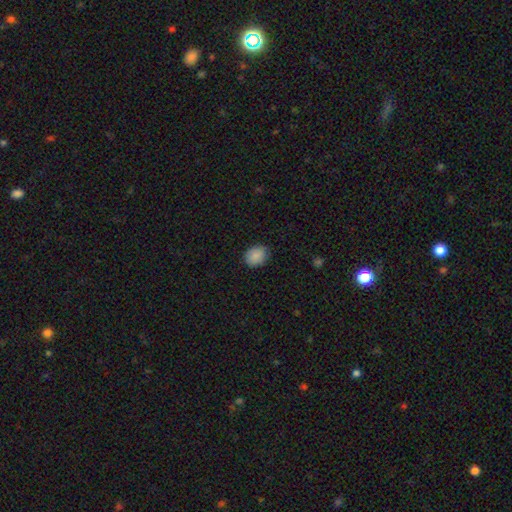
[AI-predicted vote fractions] This appears to be a smooth galaxy with no disk features (89%) that is in between round and cigar-shaped (54%). Merging: none (85%).